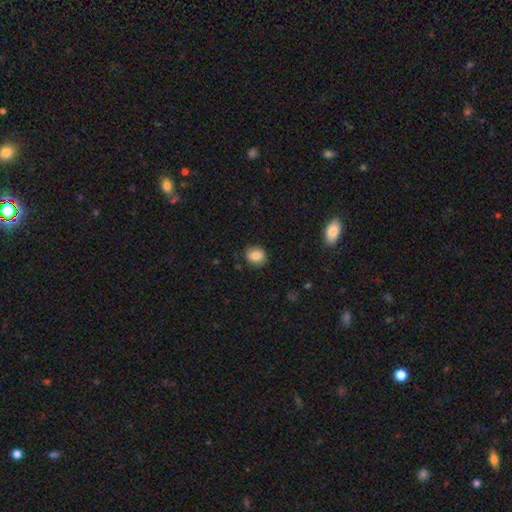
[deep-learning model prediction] The model was most divided on "how rounded": round: 66%, in between: 33%, cigar-shaped: 1%. More confident: smooth or featured — smooth (83%); merging — none (83%).